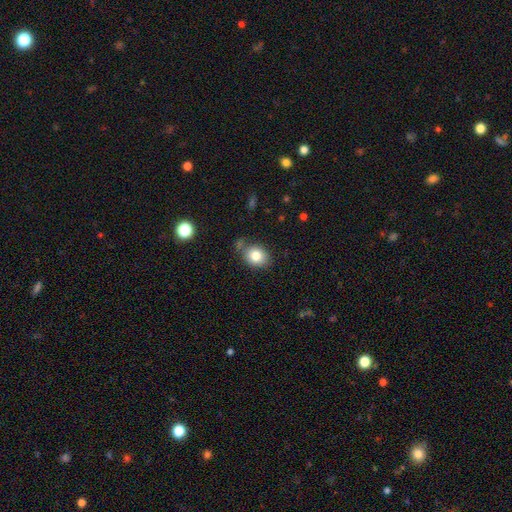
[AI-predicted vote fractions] Smooth or featured?
  - smooth: 81% *
  - featured or disk: 9%
  - star or artifact: 9%
How rounded?
  - round: 53% *
  - in between: 46%
  - cigar-shaped: 1%
Merging?
  - none: 68% *
  - minor disturbance: 18%
  - merger: 9%
  - major disturbance: 5%